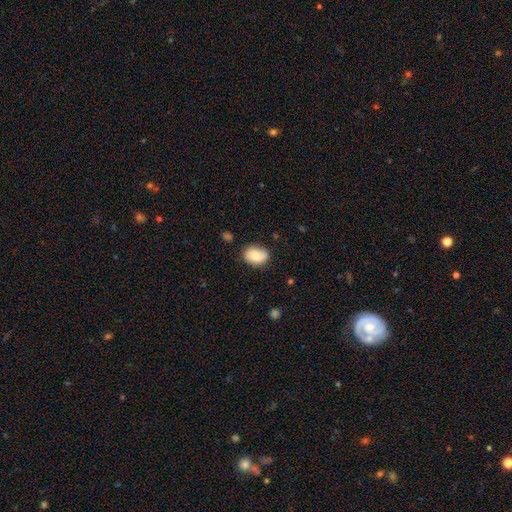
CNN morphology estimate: smooth-or-featured: smooth: 77% | featured or disk: 15% | star or artifact: 7%
  how-rounded: in between: 78% | round: 21% | cigar-shaped: 1%
  merging: none: 72% | minor disturbance: 21% | major disturbance: 5% | merger: 2%